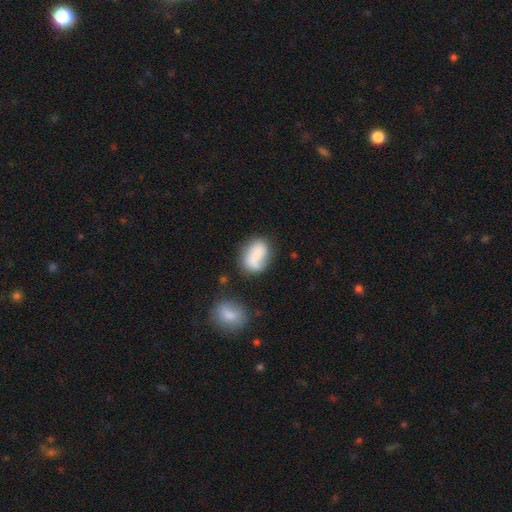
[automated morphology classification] type=smooth (74%); roundness=in between (81%); merging=none (48%).